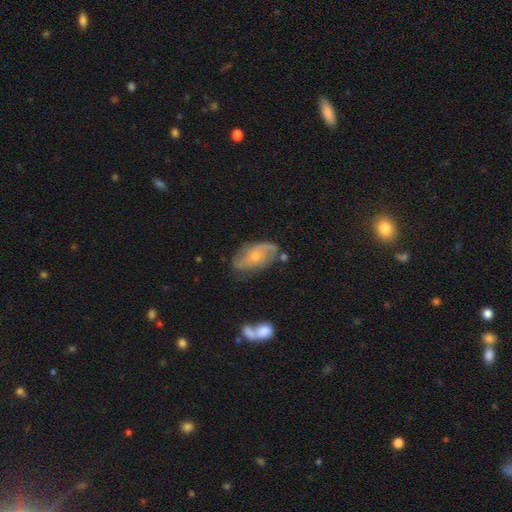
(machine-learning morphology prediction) This appears to be a featured or disk galaxy (70%) with no bar (71%), 2 (64%) medium (39%) spiral arms (86%) and a small central bulge (62%). Merging: none (62%).